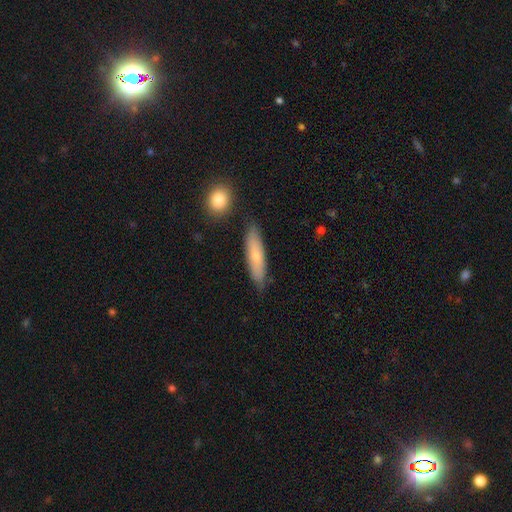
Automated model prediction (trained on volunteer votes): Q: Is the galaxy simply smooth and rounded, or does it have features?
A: smooth — 68%.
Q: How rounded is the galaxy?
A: cigar-shaped — 76%.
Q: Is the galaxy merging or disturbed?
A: none — 81%.